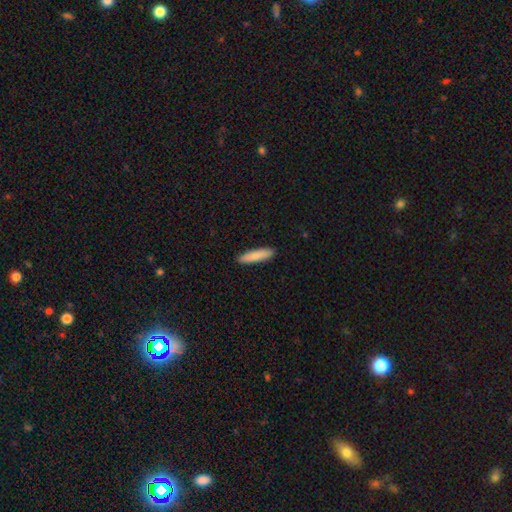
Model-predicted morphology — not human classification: Smooth or featured: smooth — 86% (featured or disk — 9%)
How rounded: cigar-shaped — 81% (in between — 18%)
Merging: none — 91% (minor disturbance — 6%)